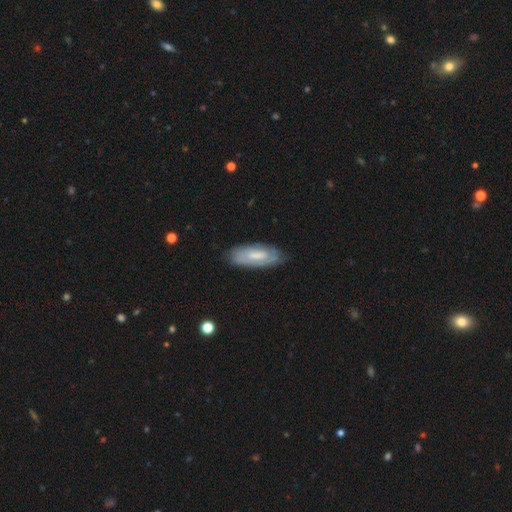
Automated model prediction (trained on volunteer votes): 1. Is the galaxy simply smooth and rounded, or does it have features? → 59% smooth, 35% featured or disk, 6% star or artifact.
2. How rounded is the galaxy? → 70% in between, 28% cigar-shaped, 2% round.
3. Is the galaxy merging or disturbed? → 77% none, 18% minor disturbance, 4% major disturbance, 1% merger.